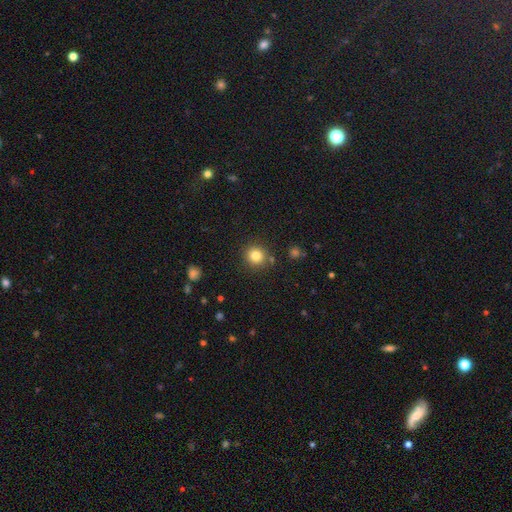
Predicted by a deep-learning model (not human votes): Smooth or featured?
  - smooth: 82% *
  - star or artifact: 12%
  - featured or disk: 6%
How rounded?
  - round: 93% *
  - in between: 6%
  - cigar-shaped: 1%
Merging?
  - none: 86% *
  - minor disturbance: 7%
  - merger: 4%
  - major disturbance: 2%